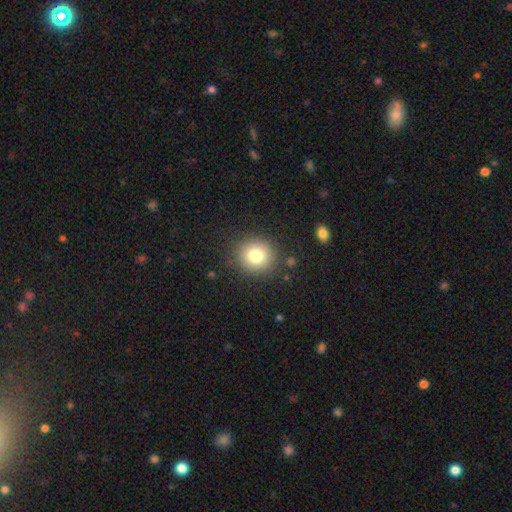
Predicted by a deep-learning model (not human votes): Smooth or featured?
  - smooth: 78% *
  - star or artifact: 12%
  - featured or disk: 10%
How rounded?
  - round: 87% *
  - in between: 13%
  - cigar-shaped: 1%
Merging?
  - none: 87% *
  - minor disturbance: 8%
  - major disturbance: 3%
  - merger: 2%